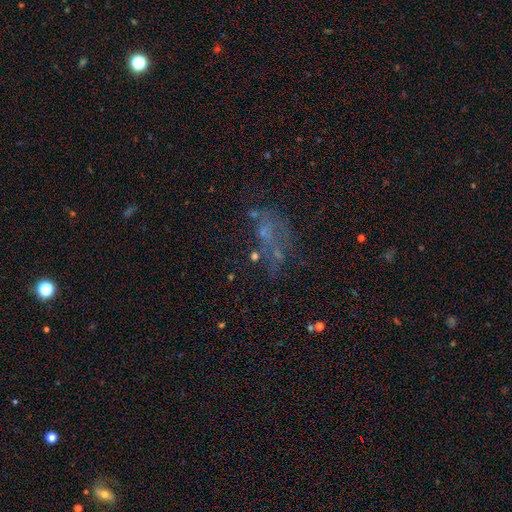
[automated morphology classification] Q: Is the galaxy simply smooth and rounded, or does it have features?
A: featured or disk — 41%.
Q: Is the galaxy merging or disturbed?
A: none — 39%.